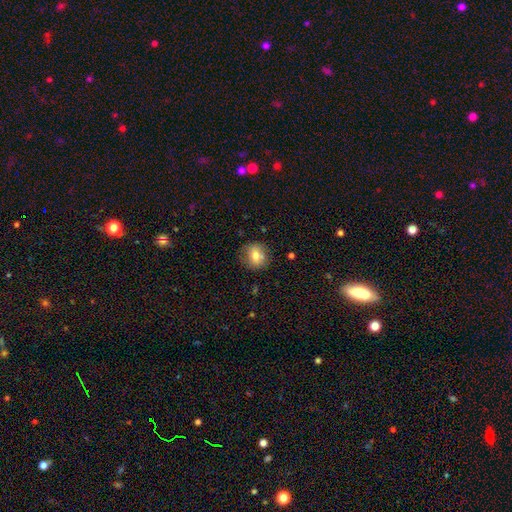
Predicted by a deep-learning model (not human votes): A smooth galaxy with no disk features (68%) that is round (76%). Merging: none (74%).